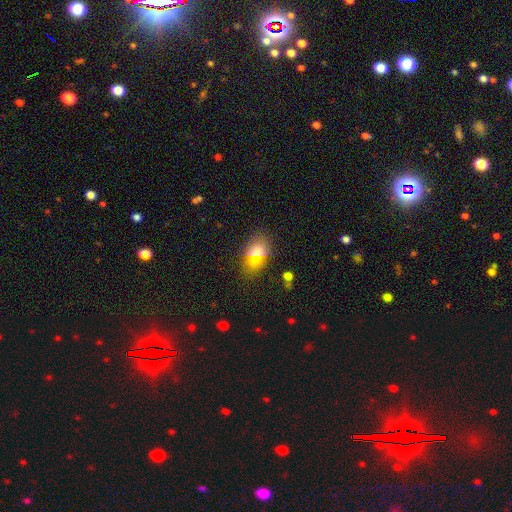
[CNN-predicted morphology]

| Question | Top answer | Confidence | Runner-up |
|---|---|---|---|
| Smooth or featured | smooth | 68% | star or artifact (17%) |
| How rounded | in between | 82% | round (13%) |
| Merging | none | 79% | minor disturbance (13%) |